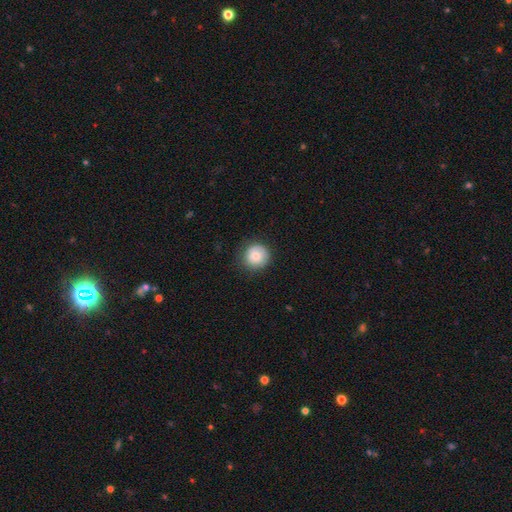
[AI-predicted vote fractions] Overall: smooth (78%). How rounded: round (92%). Merging: none (80%).